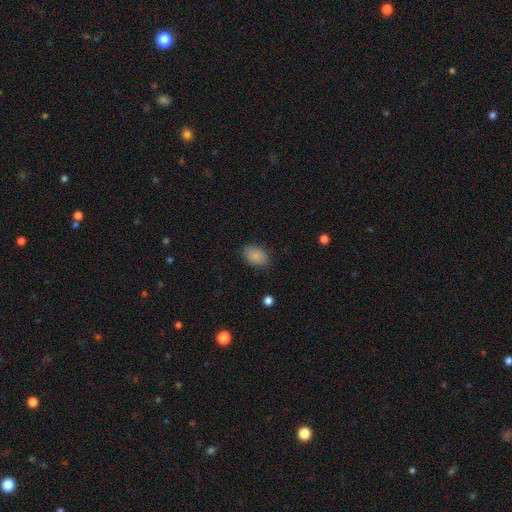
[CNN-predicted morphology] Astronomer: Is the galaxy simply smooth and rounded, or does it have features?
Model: smooth — 87%.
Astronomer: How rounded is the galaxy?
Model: in between — 83%.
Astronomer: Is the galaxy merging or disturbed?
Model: none — 84%.